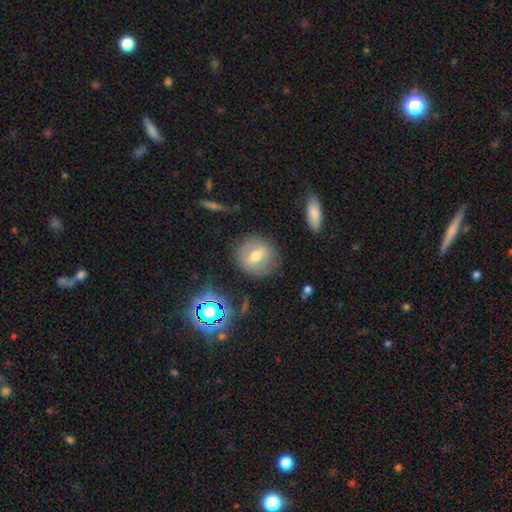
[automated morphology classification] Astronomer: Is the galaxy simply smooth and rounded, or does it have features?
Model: smooth — 47% (runner-up: featured or disk, 42%).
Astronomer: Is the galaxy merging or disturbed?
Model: none — 81%.